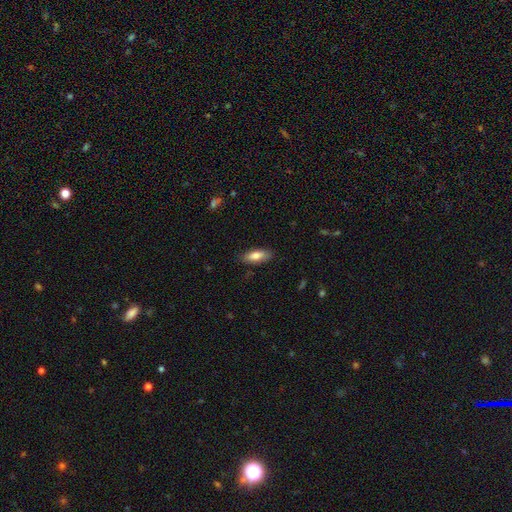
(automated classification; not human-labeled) The model was most divided on "how rounded": in between: 70%, cigar-shaped: 27%, round: 2%. More confident: merging — none (83%); smooth or featured — smooth (79%).